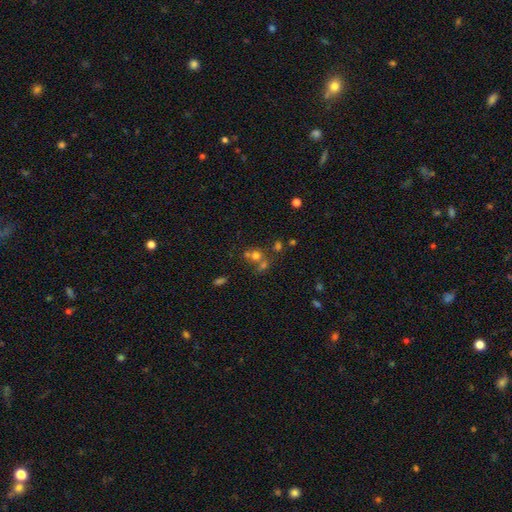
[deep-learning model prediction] This appears to be a smooth galaxy with no disk features (61%) that is round (78%). Merging: none (44%).